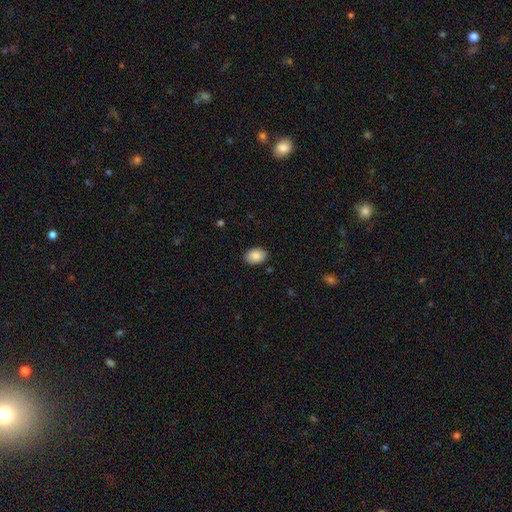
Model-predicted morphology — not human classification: A smooth galaxy with no disk features (88%) that is in between round and cigar-shaped (82%).

Vote fractions:
- Smooth or featured? smooth: 88% / star or artifact: 7% / featured or disk: 5%
- How rounded? in between: 82% / round: 17% / cigar-shaped: 1%
- Merging? none: 88% / minor disturbance: 9% / major disturbance: 2% / merger: 1%